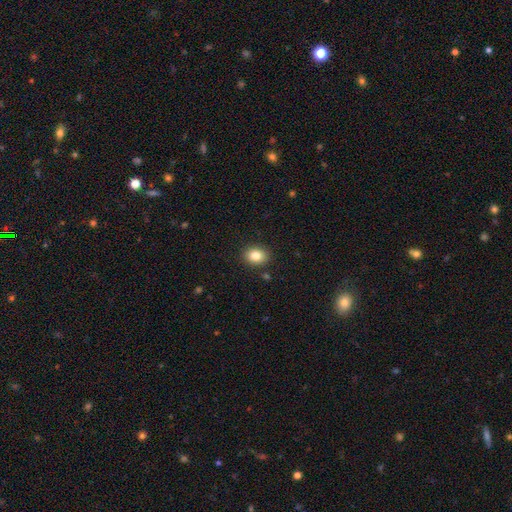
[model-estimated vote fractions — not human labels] Smooth or featured? smooth (83%)
How rounded? in between (52%)
Merging? none (89%)